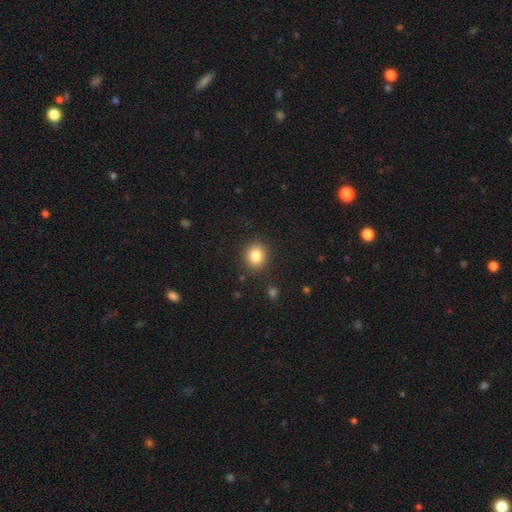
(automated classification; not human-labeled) Smooth or featured? smooth (84%)
How rounded? round (75%)
Merging? none (88%)